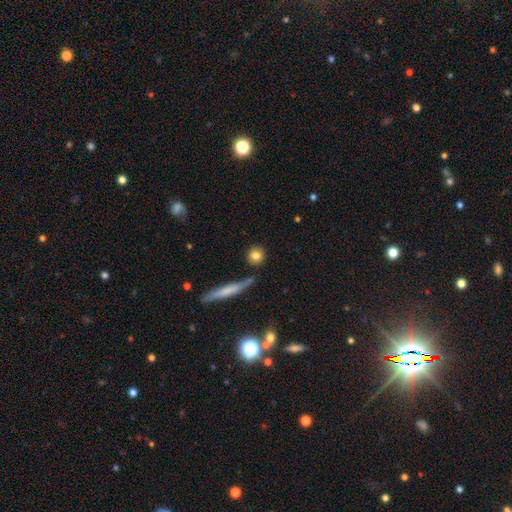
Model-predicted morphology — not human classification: Smooth or featured? Predicted: smooth (p=0.80). How rounded? Predicted: round (p=0.86). Merging? Predicted: none (p=0.82).